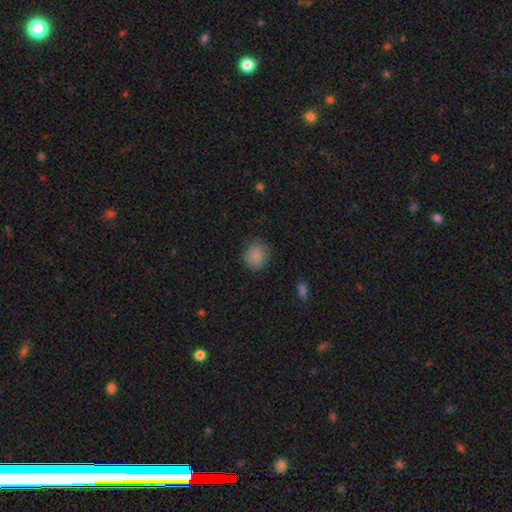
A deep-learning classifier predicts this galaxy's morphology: Smooth or featured? smooth (86%)
How rounded? round (79%)
Merging? none (83%)